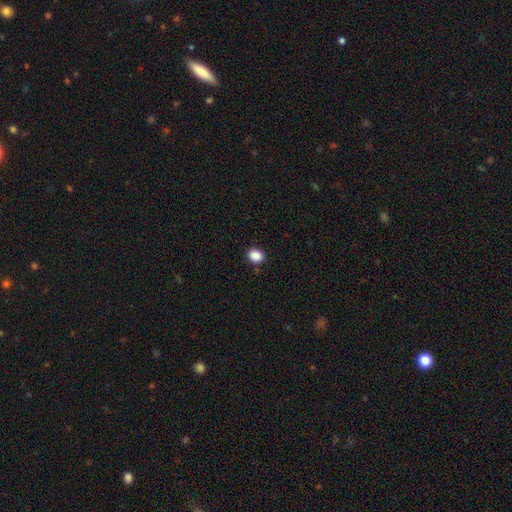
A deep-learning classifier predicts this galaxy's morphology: smooth 88%, star or artifact 9%, featured or disk 3%. Down the decision tree: how rounded — in between (57%); merging — none (88%).